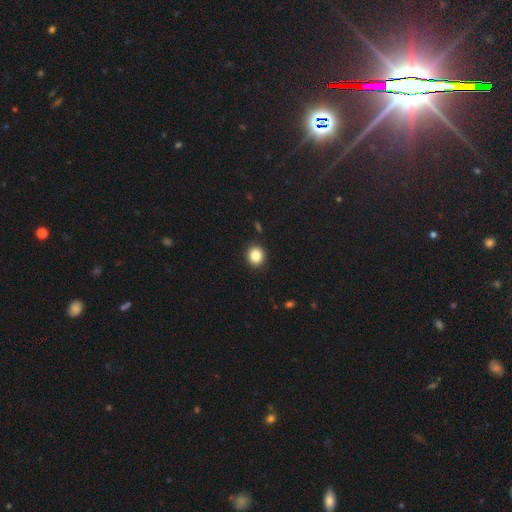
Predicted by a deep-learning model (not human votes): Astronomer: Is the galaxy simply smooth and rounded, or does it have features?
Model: smooth — 85%.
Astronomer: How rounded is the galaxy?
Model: round — 83%.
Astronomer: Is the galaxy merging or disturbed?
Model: none — 91%.